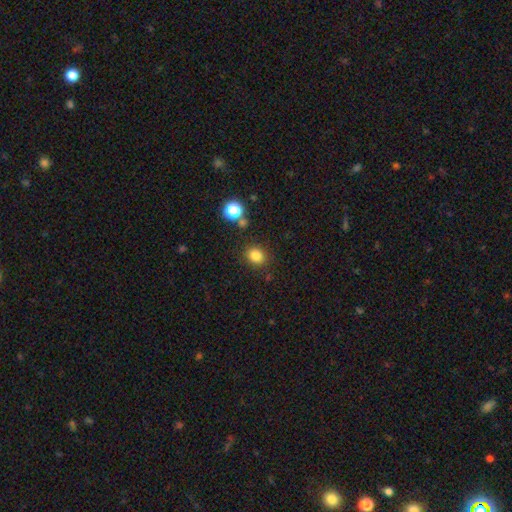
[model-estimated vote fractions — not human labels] Overall: smooth (82%). How rounded: round (68%; in between 31%). Merging: none (84%).